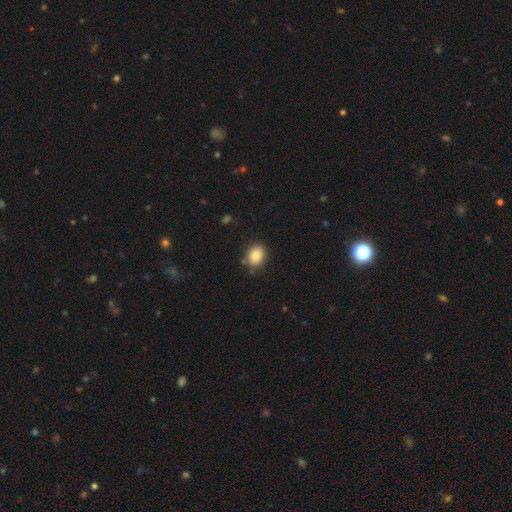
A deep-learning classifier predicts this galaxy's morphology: The model was most divided on "how rounded": in between: 56%, round: 43%, cigar-shaped: 1%. More confident: smooth or featured — smooth (85%); merging — none (81%).